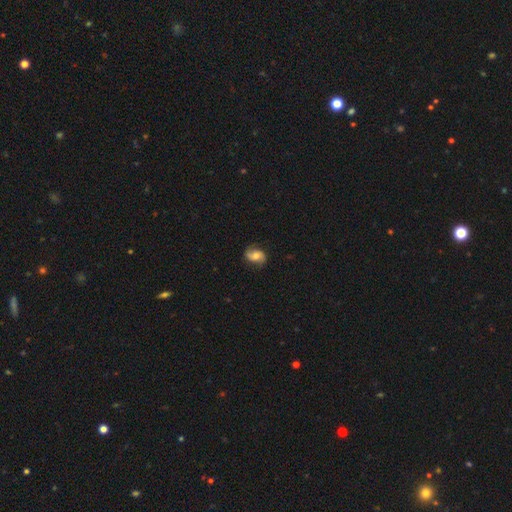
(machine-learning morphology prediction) smooth-or-featured: featured or disk: 53% | smooth: 39% | star or artifact: 9%
  disk-edge-on: no: 96% | yes: 4%
    bar: no: 62% | weak: 29% | strong: 8%
    has-spiral-arms: yes: 89% | no: 11%
    bulge-size: moderate: 61% | small: 22% | large: 12% | none: 3% | dominant: 2%
  merging: none: 76% | minor disturbance: 18% | major disturbance: 5% | merger: 1%